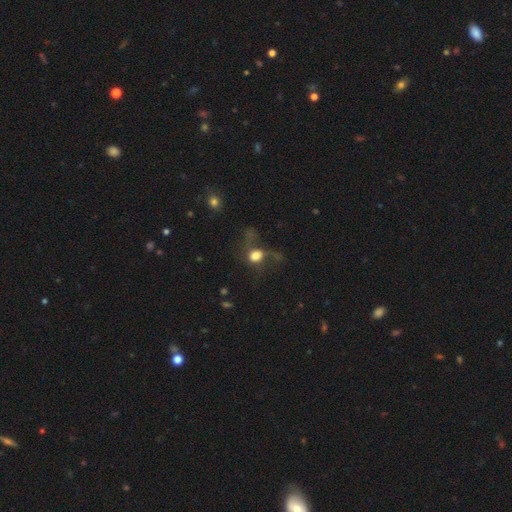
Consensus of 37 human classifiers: smooth_or_featured: smooth (p=0.65) [alt: featured or disk p=0.30]
how_rounded: round (p=0.54) [alt: in between p=0.46]
merging: major disturbance (p=0.54) [alt: none p=0.43]